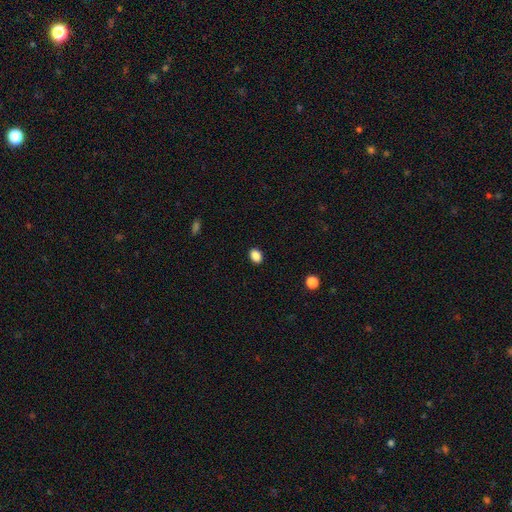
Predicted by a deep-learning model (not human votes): Smooth or featured?
  - smooth: 88% *
  - star or artifact: 9%
  - featured or disk: 3%
How rounded?
  - in between: 73% *
  - round: 26%
  - cigar-shaped: 1%
Merging?
  - none: 90% *
  - minor disturbance: 7%
  - major disturbance: 2%
  - merger: 1%